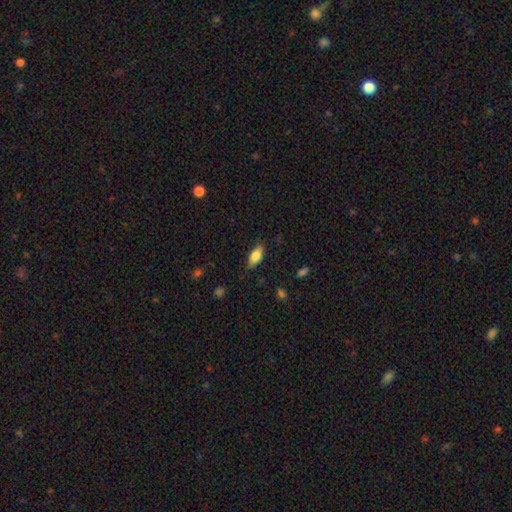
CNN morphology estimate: Overall: smooth (79%). How rounded: in between (84%). Merging: none (81%).